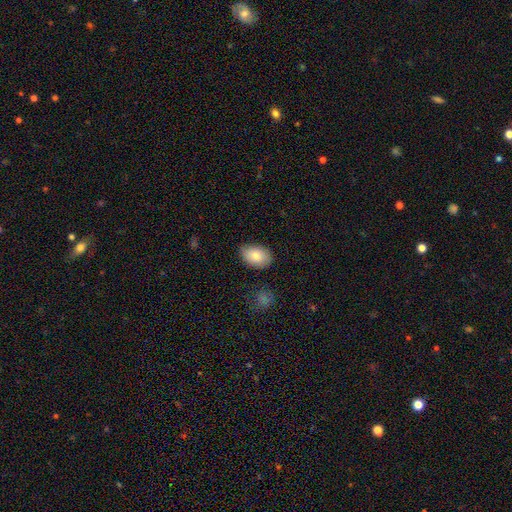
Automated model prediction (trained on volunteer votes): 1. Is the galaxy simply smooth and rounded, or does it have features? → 83% smooth, 10% featured or disk, 7% star or artifact.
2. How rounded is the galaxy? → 87% in between, 12% round, 1% cigar-shaped.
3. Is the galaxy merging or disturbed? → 78% none, 17% minor disturbance, 3% major disturbance, 2% merger.